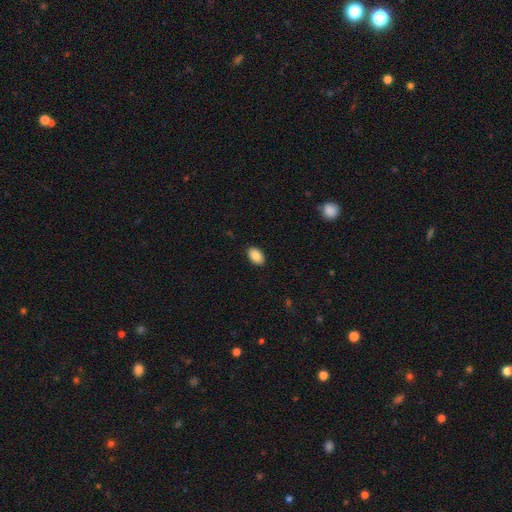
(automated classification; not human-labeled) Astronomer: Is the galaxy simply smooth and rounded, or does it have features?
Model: smooth — 89%.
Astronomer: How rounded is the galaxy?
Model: in between — 92%.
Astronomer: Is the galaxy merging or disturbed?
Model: none — 90%.